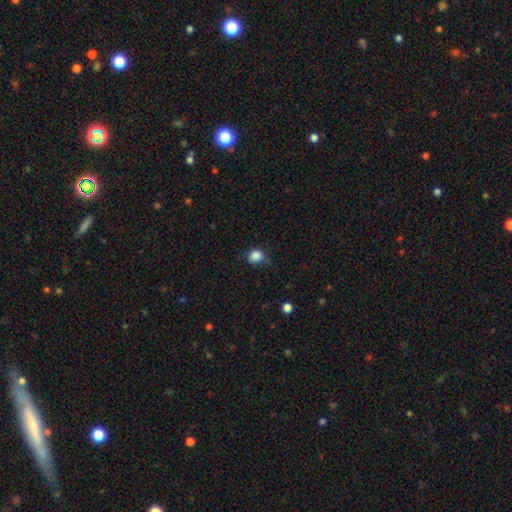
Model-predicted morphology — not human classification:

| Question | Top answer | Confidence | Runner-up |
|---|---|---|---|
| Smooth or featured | smooth | 86% | star or artifact (10%) |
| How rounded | round | 70% | in between (29%) |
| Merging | none | 66% | minor disturbance (26%) |